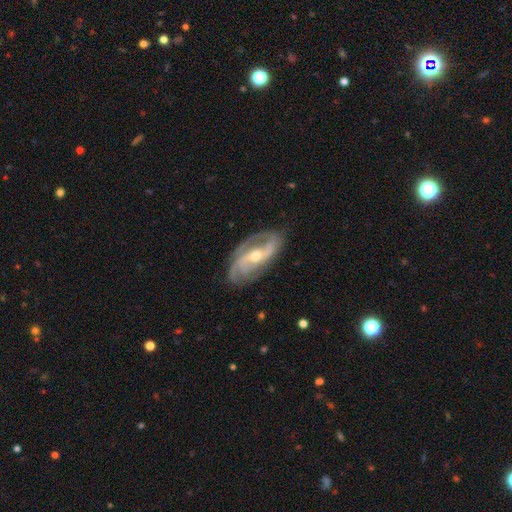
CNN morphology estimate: This is clearly a featured or disk galaxy (87%). It is clearly not viewed edge-on (94%). Bar: marginally weak (37%). Spiral arm pattern: clearly yes (95%). Spiral arm count: possibly 2 (58%). Spiral winding: marginally medium (44%). Central bulge: possibly moderate (57%). Merging: likely none (76%).